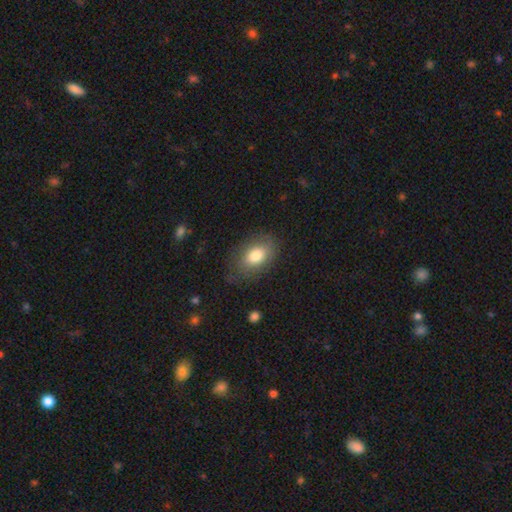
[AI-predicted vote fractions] Morphology: type=smooth (79%); roundness=in between (85%); merging=none (74%).